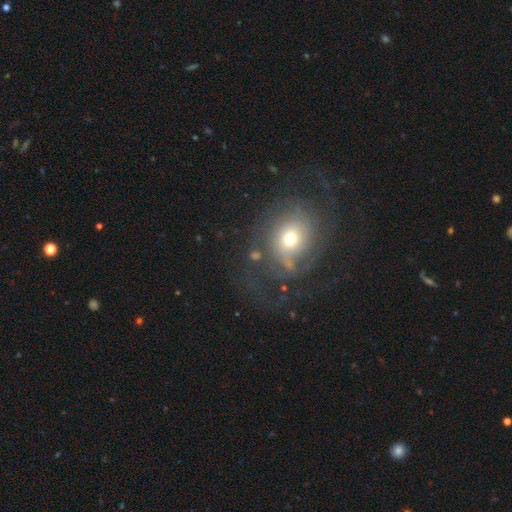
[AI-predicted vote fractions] smooth-or-featured: featured or disk: 55% | smooth: 32% | star or artifact: 13%
  disk-edge-on: no: 96% | yes: 4%
    bar: no: 84% | weak: 13% | strong: 4%
    has-spiral-arms: yes: 65% | no: 35%
    bulge-size: moderate: 52% | small: 39% | large: 6% | dominant: 2% | none: 1%
  merging: none: 55% | major disturbance: 25% | minor disturbance: 17% | merger: 3%